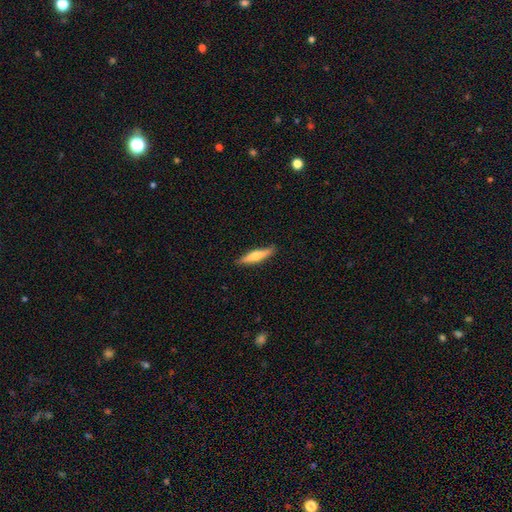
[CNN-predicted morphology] A smooth galaxy with no disk features (55%) that is cigar-shaped (82%).

Vote fractions:
- Smooth or featured? smooth: 55% / featured or disk: 39% / star or artifact: 6%
- How rounded? cigar-shaped: 82% / in between: 17% / round: 2%
- Merging? none: 88% / minor disturbance: 10% / major disturbance: 2% / merger: 1%